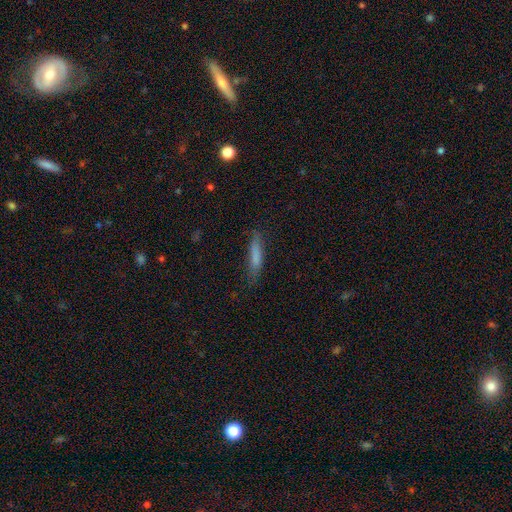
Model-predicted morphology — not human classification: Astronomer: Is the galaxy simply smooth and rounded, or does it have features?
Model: smooth — 74%.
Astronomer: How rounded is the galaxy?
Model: cigar-shaped — 83%.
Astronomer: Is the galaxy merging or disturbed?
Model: none — 71%.